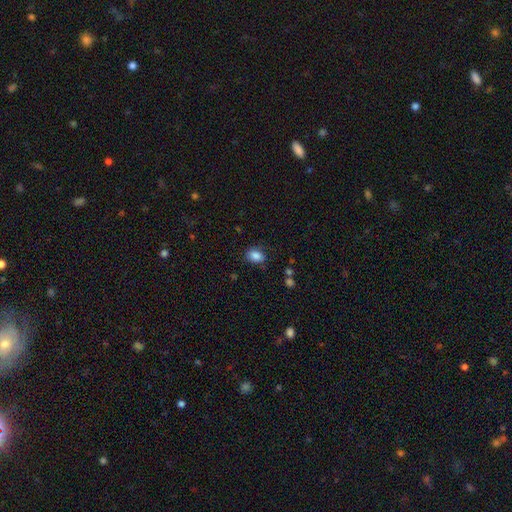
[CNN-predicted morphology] smooth 85%, star or artifact 9%, featured or disk 6%. Down the decision tree: how rounded — in between (72%); merging — none (78%).